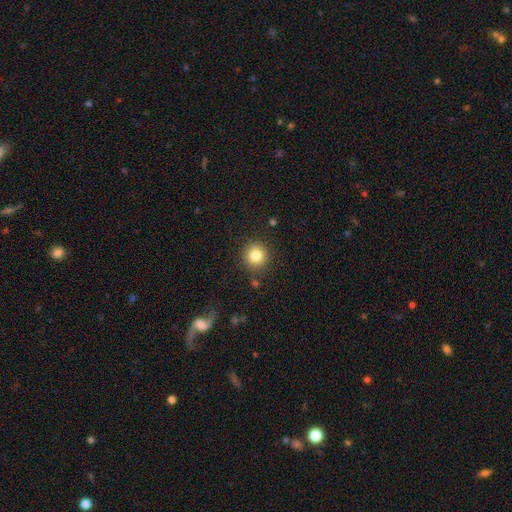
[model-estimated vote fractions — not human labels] Smooth or featured? smooth (83%)
How rounded? round (93%)
Merging? none (87%)